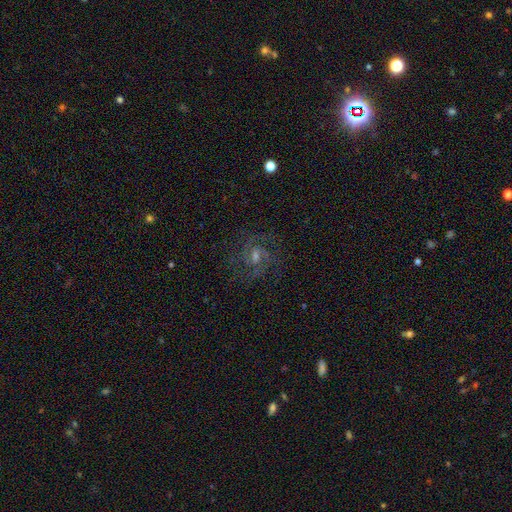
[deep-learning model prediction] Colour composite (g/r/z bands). It shows a featured or disk galaxy (74%) with a weak bar (56%), 2 (44%) medium (51%) spiral arms (94%) and a moderate central bulge (44%). Merging: none (75%).